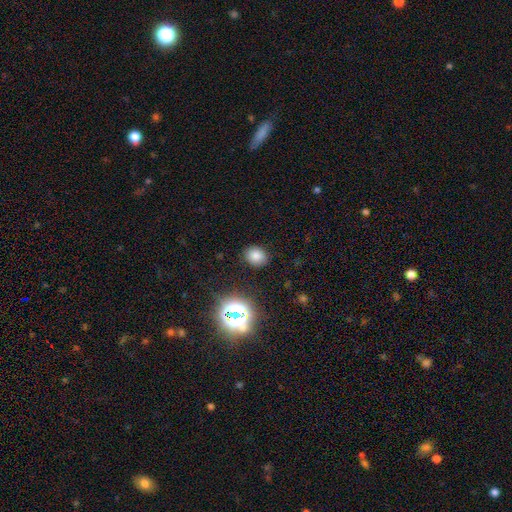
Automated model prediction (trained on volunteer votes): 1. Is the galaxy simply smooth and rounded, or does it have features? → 76% smooth, 17% star or artifact, 7% featured or disk.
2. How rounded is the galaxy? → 55% round, 44% in between, 1% cigar-shaped.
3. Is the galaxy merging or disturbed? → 86% none, 9% minor disturbance, 3% major disturbance, 2% merger.